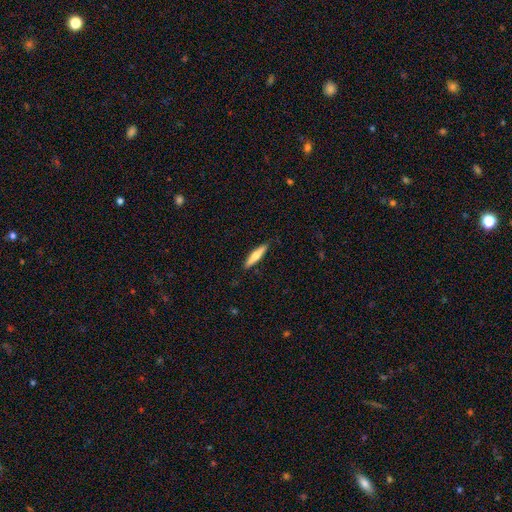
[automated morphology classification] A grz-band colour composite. It shows a smooth galaxy with no disk features (63%) that is cigar-shaped (86%). Merging: none (89%).